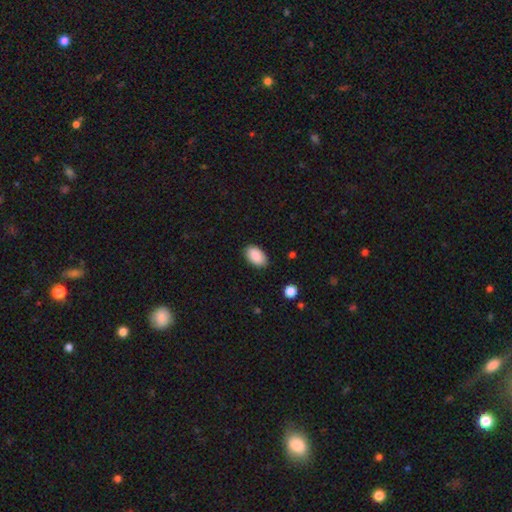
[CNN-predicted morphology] A smooth galaxy with no disk features (88%) that is in between round and cigar-shaped (94%). Merging: none (86%).